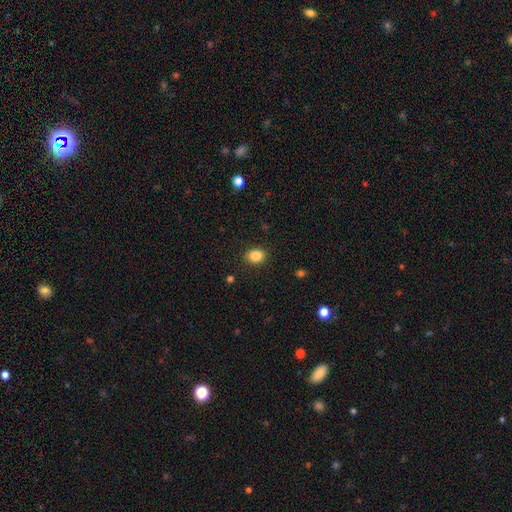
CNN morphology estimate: Overall: smooth (85%). How rounded: round (54%; in between 45%). Merging: none (88%).